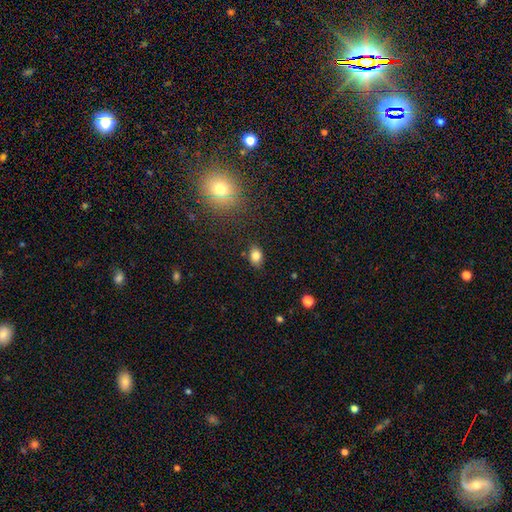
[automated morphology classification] smooth 82%, star or artifact 11%, featured or disk 7%. Down the decision tree: how rounded — in between (77%); merging — none (83%).